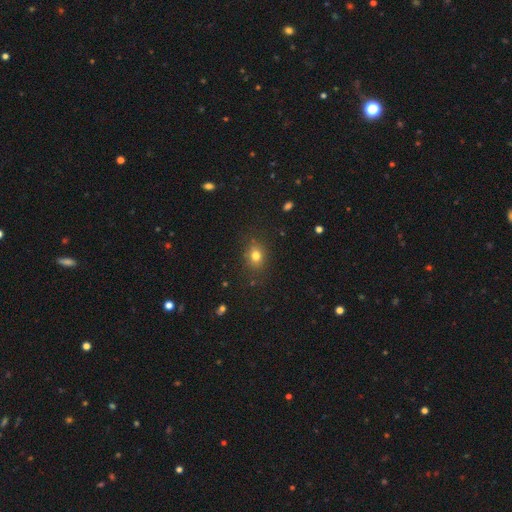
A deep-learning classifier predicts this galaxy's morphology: The model was most divided on "how rounded": round: 53%, in between: 46%, cigar-shaped: 1%. More confident: merging — none (82%); smooth or featured — smooth (78%).